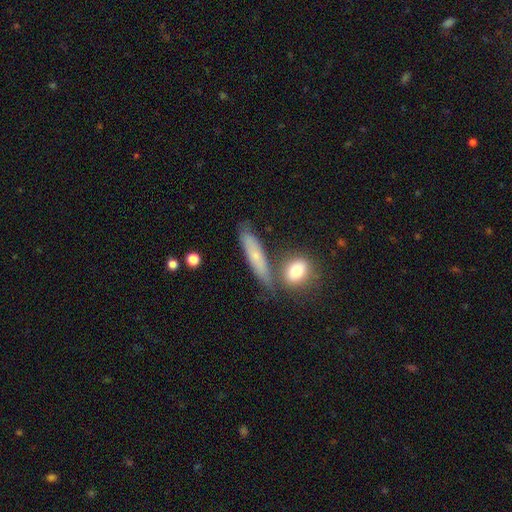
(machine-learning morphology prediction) This is likely a smooth galaxy (63%). How rounded: likely cigar-shaped (74%). Merging: likely none (67%).